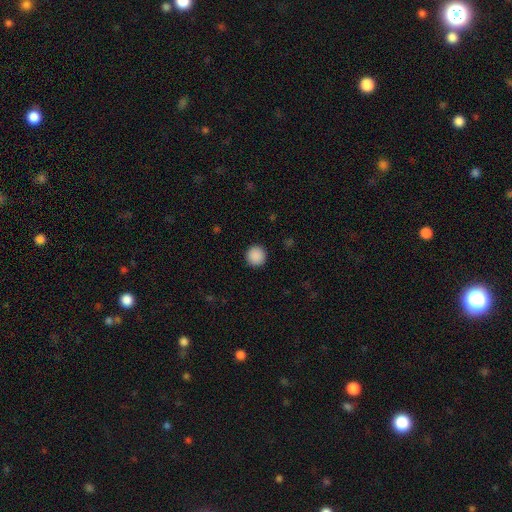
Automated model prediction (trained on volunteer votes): The model was most divided on "smooth or featured": smooth: 90%, star or artifact: 8%, featured or disk: 2%. More confident: how rounded — round (95%); merging — none (92%).